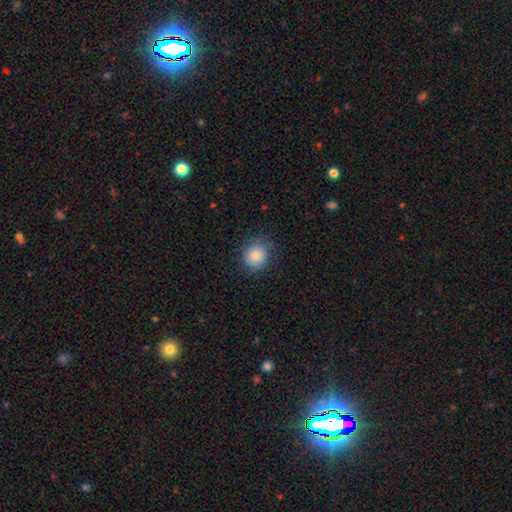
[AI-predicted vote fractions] The model was most divided on "merging": none: 75%, minor disturbance: 18%, major disturbance: 5%, merger: 1%. More confident: smooth or featured — smooth (84%); how rounded — round (81%).